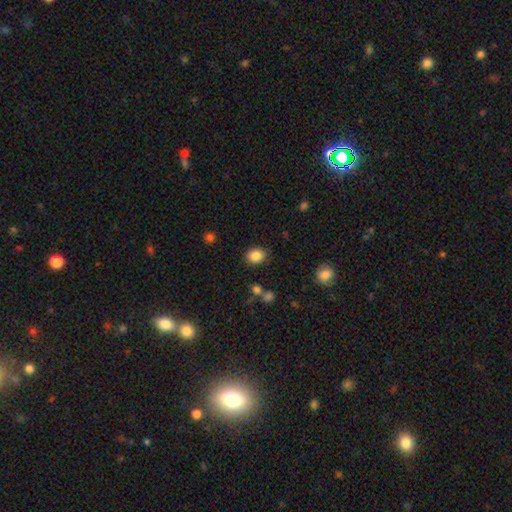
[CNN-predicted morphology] Smooth or featured: smooth — 85% (star or artifact — 10%)
How rounded: round — 65% (in between — 34%)
Merging: none — 86% (minor disturbance — 9%)